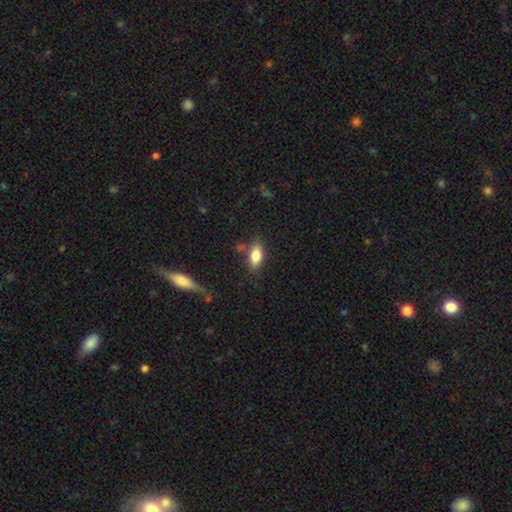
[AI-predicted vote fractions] Overall: smooth (80%). How rounded: in between (87%). Merging: none (74%).